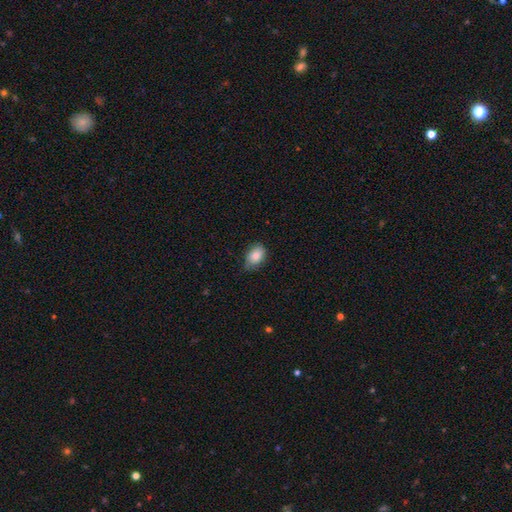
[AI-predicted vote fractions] Smooth or featured: smooth — 83% (featured or disk — 9%)
How rounded: in between — 81% (round — 17%)
Merging: none — 63% (minor disturbance — 31%)